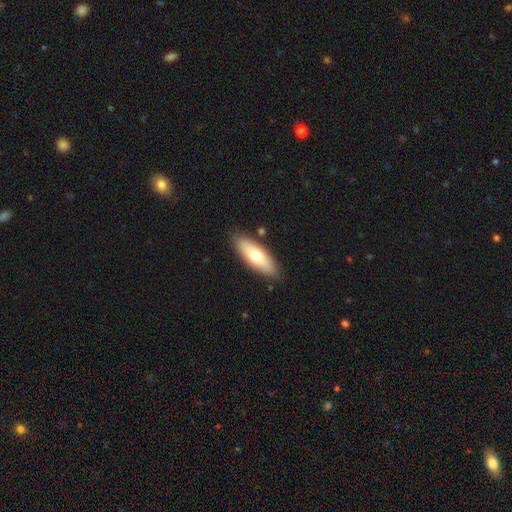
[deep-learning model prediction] Smooth or featured: smooth — 69% (featured or disk — 25%)
How rounded: in between — 60% (cigar-shaped — 38%)
Merging: none — 85% (minor disturbance — 11%)